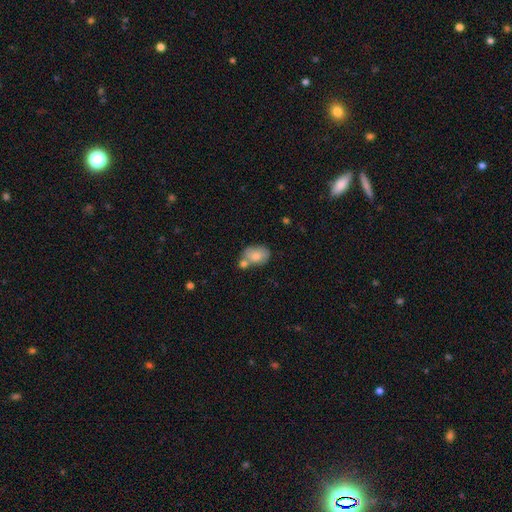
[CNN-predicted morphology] Q: Smooth or featured?
A: smooth (75%); runner-up: featured or disk (17%)
Q: How rounded?
A: in between (73%); runner-up: round (25%)
Q: Merging?
A: none (42%); runner-up: merger (33%)